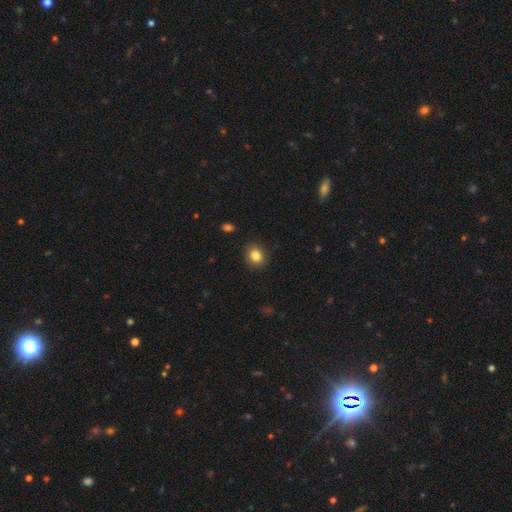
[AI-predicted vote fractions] Q: Smooth or featured?
A: smooth (85%); runner-up: star or artifact (9%)
Q: How rounded?
A: round (54%); runner-up: in between (45%)
Q: Merging?
A: none (88%); runner-up: minor disturbance (9%)